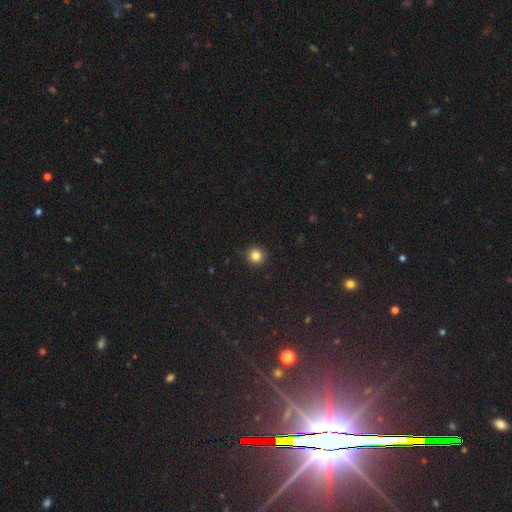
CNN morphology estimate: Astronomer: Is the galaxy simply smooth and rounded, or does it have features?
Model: smooth — 83%.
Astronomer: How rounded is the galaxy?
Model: round — 93%.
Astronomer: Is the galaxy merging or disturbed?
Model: none — 89%.